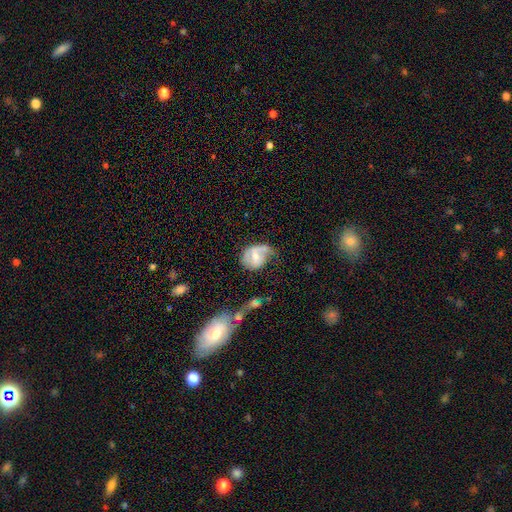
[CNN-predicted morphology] The model was most divided on "merging" (2-way tie): minor disturbance: 31%, major disturbance: 31%, none: 30%, merger: 8%. Remaining: edge-on disk — no (96%); spiral arms — yes (66%); smooth or featured — featured or disk (53%); bulge size — moderate (51%); bar — weak (43%).